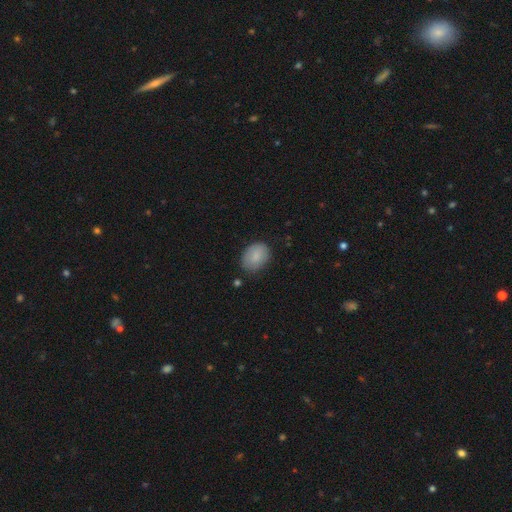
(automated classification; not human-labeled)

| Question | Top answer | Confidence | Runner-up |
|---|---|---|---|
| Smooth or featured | smooth | 86% | featured or disk (7%) |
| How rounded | in between | 70% | round (29%) |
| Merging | none | 77% | minor disturbance (17%) |